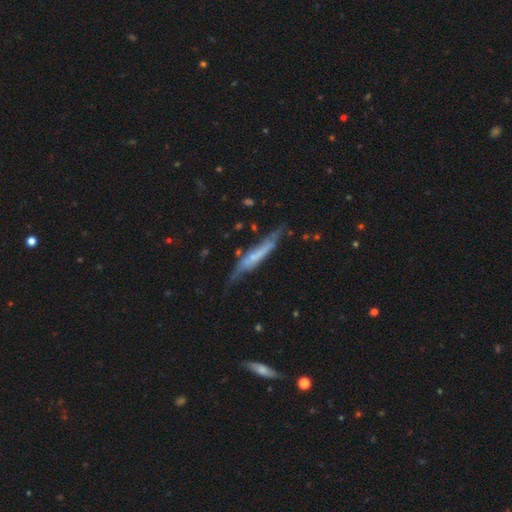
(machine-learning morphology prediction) A featured or disk galaxy (55%) viewed edge-on (76%).

Vote fractions:
- Smooth or featured? featured or disk: 55% / smooth: 38% / star or artifact: 7%
- Edge-on disk? yes: 76% / no: 24%
- Merging? none: 57% / minor disturbance: 29% / major disturbance: 10% / merger: 4%